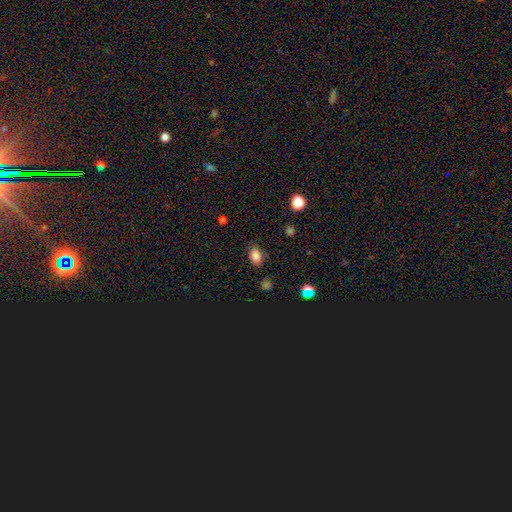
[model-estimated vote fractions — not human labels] smooth_or_featured: smooth (p=0.82) [alt: star or artifact p=0.13]
how_rounded: in between (p=0.85) [alt: round p=0.13]
merging: none (p=0.83) [alt: minor disturbance p=0.12]